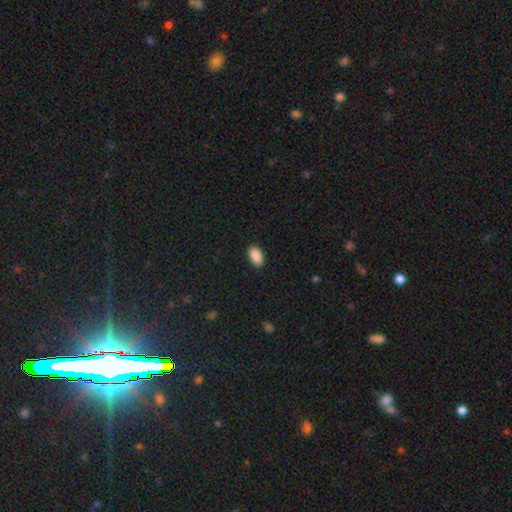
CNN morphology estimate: Smooth or featured? Predicted: smooth (p=0.90). How rounded? Predicted: in between (p=0.94). Merging? Predicted: none (p=0.89).